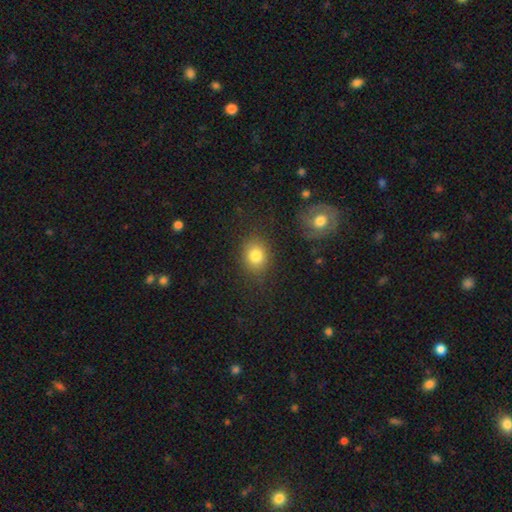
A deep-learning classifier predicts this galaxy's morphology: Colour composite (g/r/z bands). It shows a smooth galaxy with no disk features (81%) that is round (57%). Merging: none (83%).